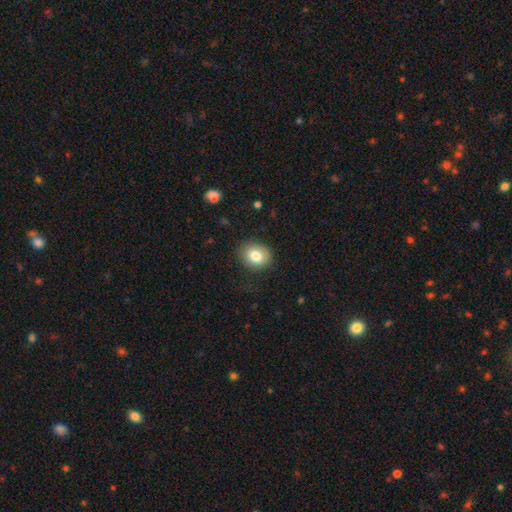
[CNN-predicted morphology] Smooth or featured?
  - smooth: 82% *
  - featured or disk: 9%
  - star or artifact: 9%
How rounded?
  - round: 58% *
  - in between: 41%
  - cigar-shaped: 1%
Merging?
  - none: 82% *
  - minor disturbance: 14%
  - major disturbance: 4%
  - merger: 1%